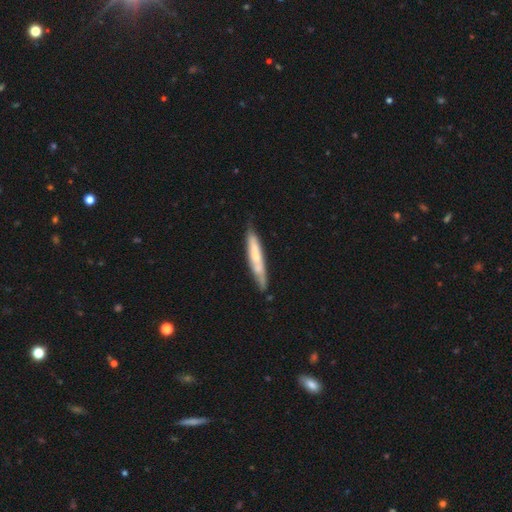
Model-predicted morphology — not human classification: This appears to be a smooth galaxy with no disk features (49%). Merging: none (68%).